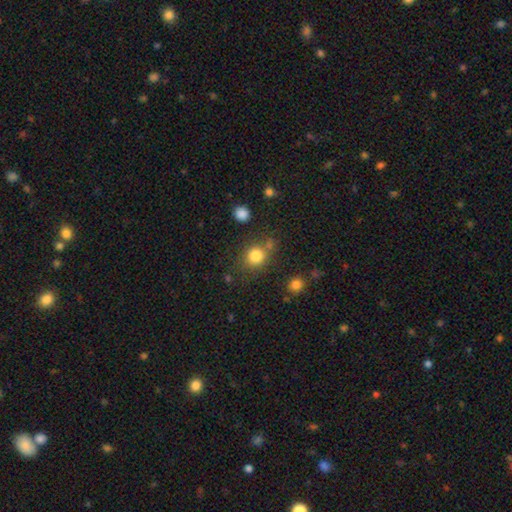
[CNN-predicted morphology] A smooth galaxy with no disk features (82%) that is round (83%). Merging: none (72%).